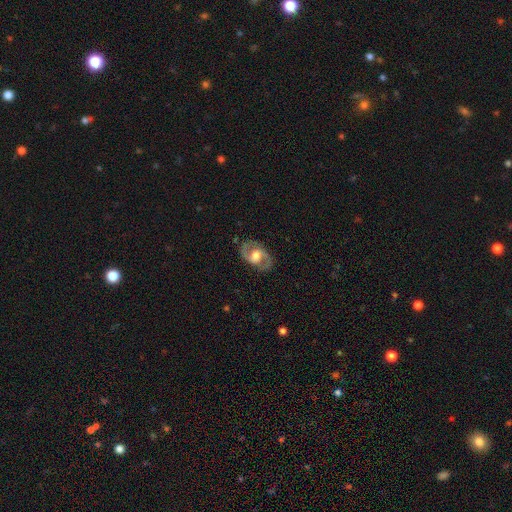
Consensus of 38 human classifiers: Smooth or featured: featured or disk — 82% (smooth — 11%)
Edge-on disk: no — 97% (yes — 3%)
Bar: weak — 50% (no — 43%)
Spiral arms: yes — 87% (no — 13%)
Spiral winding: medium — 73% (loose — 19%)
Spiral arm count: 2 — 96% (can't tell — 4%)
Bulge size: moderate — 47% (large — 33%)
Merging: none — 91% (minor disturbance — 3%)